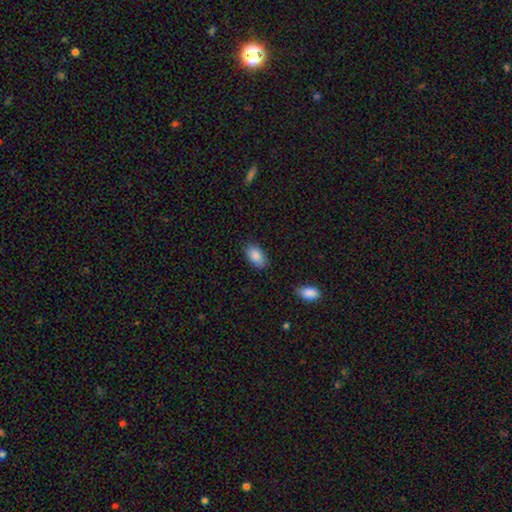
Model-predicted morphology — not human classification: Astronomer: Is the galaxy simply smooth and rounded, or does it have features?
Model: smooth — 88%.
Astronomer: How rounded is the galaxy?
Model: in between — 93%.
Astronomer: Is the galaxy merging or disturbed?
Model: none — 81%.